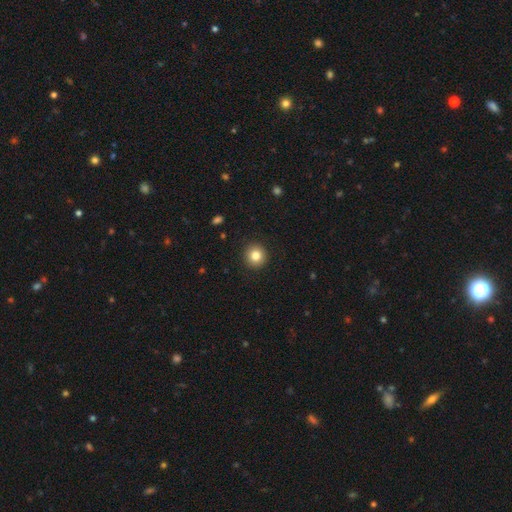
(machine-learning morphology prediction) smooth_or_featured: smooth (p=0.83) [alt: star or artifact p=0.10]
how_rounded: round (p=0.94) [alt: in between p=0.05]
merging: none (p=0.92) [alt: minor disturbance p=0.05]